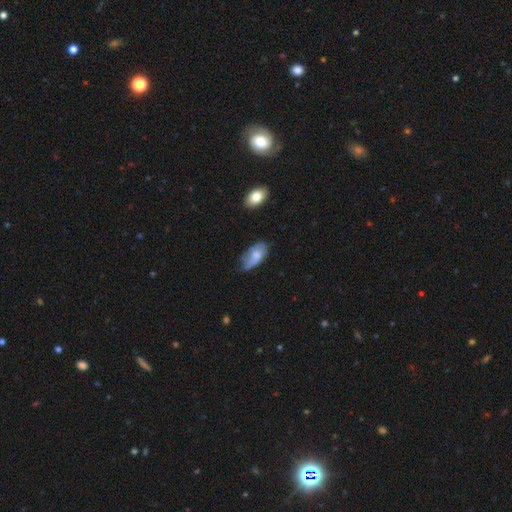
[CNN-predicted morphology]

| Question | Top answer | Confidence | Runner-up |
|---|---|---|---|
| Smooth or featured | smooth | 58% | featured or disk (34%) |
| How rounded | in between | 92% | round (4%) |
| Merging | minor disturbance | 41% | none (35%) |